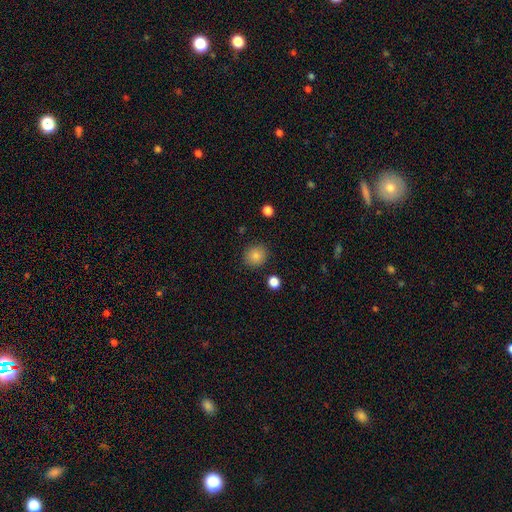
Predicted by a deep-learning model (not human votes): smooth-or-featured: smooth: 84% | star or artifact: 10% | featured or disk: 6%
  how-rounded: round: 86% | in between: 13% | cigar-shaped: 1%
  merging: none: 88% | minor disturbance: 8% | major disturbance: 2% | merger: 2%